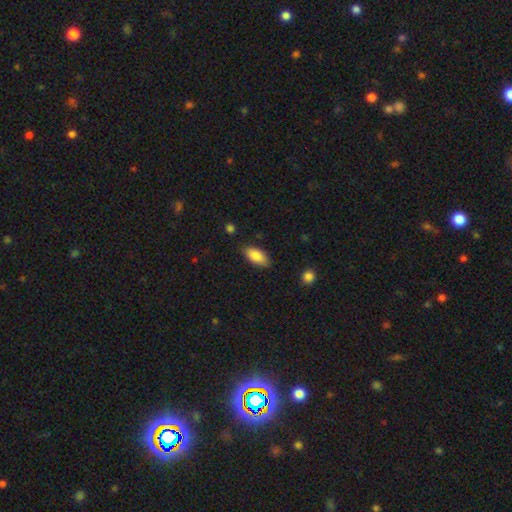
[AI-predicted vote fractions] This appears to be a smooth galaxy with no disk features (85%) that is in between round and cigar-shaped (91%). Merging: none (81%).